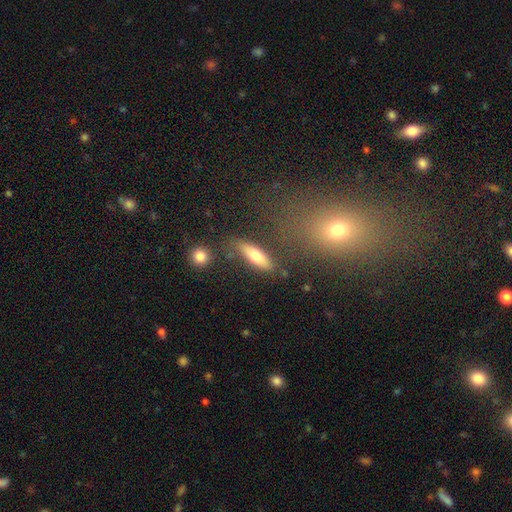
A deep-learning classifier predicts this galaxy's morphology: Smooth or featured?
  - smooth: 69% *
  - featured or disk: 24%
  - star or artifact: 7%
How rounded?
  - in between: 49% *
  - cigar-shaped: 47%
  - round: 3%
Merging?
  - none: 73% *
  - minor disturbance: 16%
  - major disturbance: 6%
  - merger: 6%